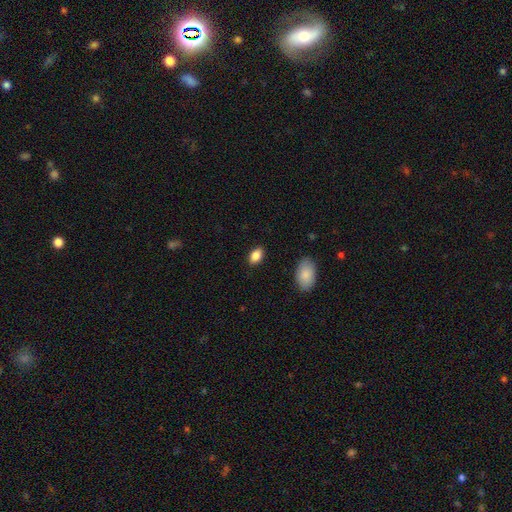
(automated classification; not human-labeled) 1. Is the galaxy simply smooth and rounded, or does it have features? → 86% smooth, 8% star or artifact, 6% featured or disk.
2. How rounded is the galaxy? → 90% in between, 8% round, 2% cigar-shaped.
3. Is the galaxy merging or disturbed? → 87% none, 9% minor disturbance, 2% major disturbance, 1% merger.